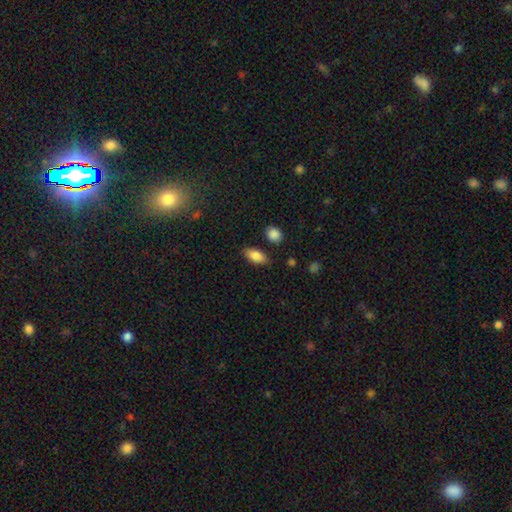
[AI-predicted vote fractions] smooth 86%, featured or disk 7%, star or artifact 7%. Down the decision tree: how rounded — in between (89%); merging — none (80%).